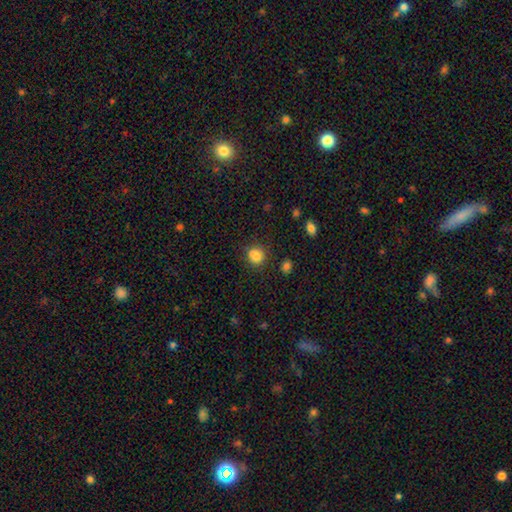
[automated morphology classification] A smooth galaxy with no disk features (82%) that is round (72%). Merging: none (63%).